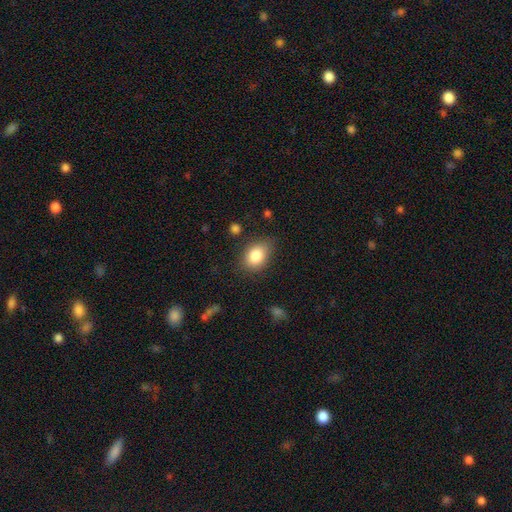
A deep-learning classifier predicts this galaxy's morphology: smooth_or_featured: smooth (p=0.84) [alt: featured or disk p=0.08]
how_rounded: in between (p=0.77) [alt: round p=0.21]
merging: none (p=0.76) [alt: minor disturbance p=0.18]